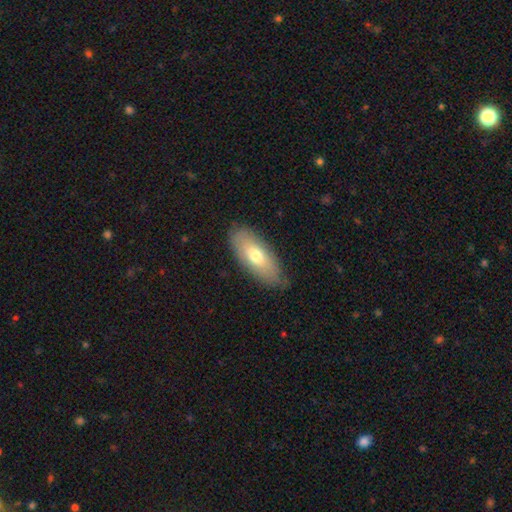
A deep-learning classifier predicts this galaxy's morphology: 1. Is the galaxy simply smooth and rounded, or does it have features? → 68% smooth, 26% featured or disk, 6% star or artifact.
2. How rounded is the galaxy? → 81% in between, 17% cigar-shaped, 3% round.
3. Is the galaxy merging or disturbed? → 80% none, 16% minor disturbance, 3% major disturbance, 1% merger.